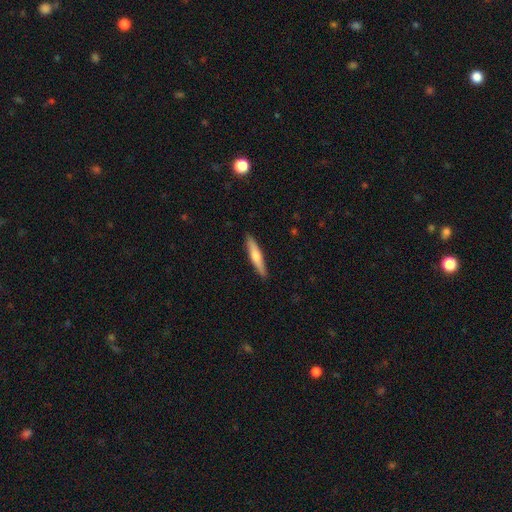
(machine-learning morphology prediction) Overall: smooth (54%; featured or disk 41%). How rounded: cigar-shaped (90%). Merging: none (91%).